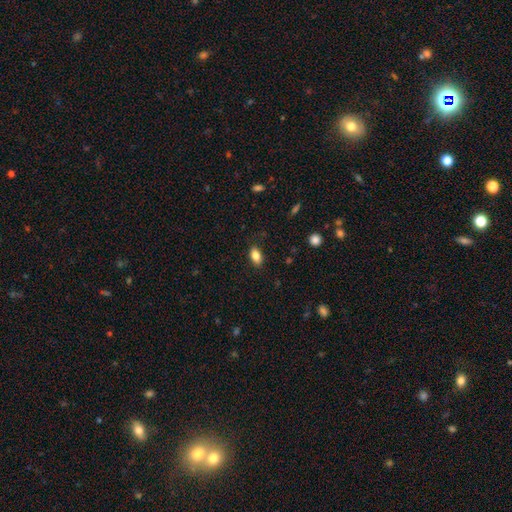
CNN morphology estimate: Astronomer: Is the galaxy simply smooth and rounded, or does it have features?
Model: smooth — 84%.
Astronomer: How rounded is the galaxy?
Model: in between — 89%.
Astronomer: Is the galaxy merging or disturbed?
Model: none — 86%.